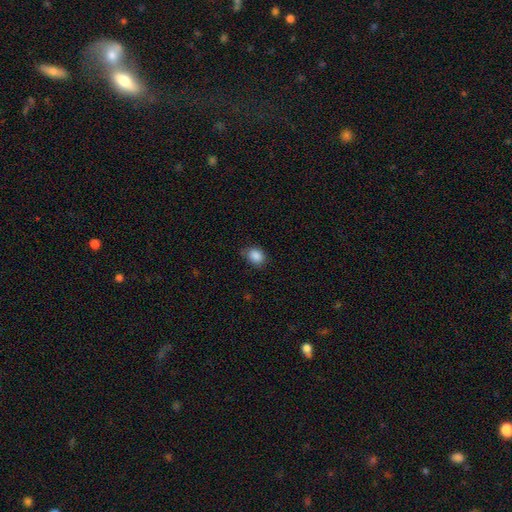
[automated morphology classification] This is clearly a smooth galaxy (87%). How rounded: possibly in between (54%). Merging: likely none (72%).